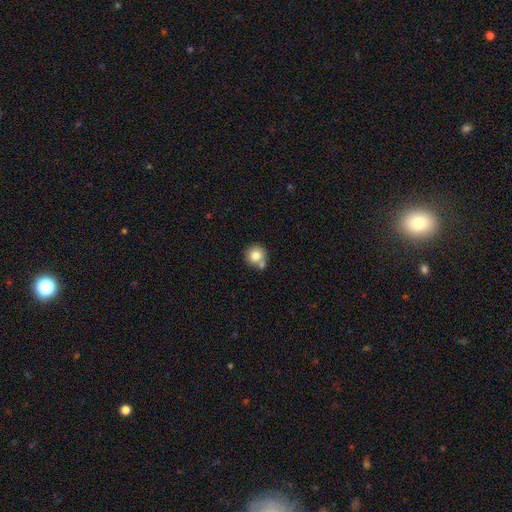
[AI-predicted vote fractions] A smooth galaxy with no disk features (80%) that is round (92%).

Vote fractions:
- Smooth or featured? smooth: 80% / featured or disk: 11% / star or artifact: 10%
- How rounded? round: 92% / in between: 7% / cigar-shaped: 1%
- Merging? none: 59% / merger: 27% / minor disturbance: 11% / major disturbance: 3%